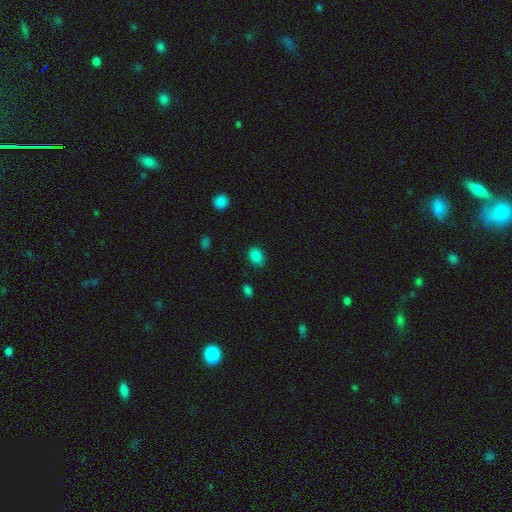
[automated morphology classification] Smooth or featured: smooth — 86% (star or artifact — 11%)
How rounded: in between — 72% (round — 26%)
Merging: none — 83% (minor disturbance — 13%)